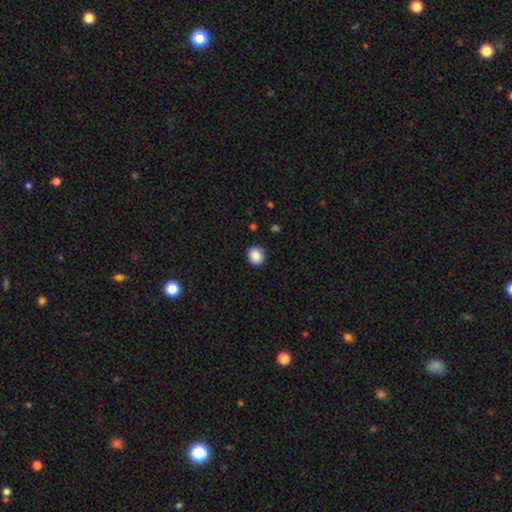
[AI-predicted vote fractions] smooth 88%, star or artifact 9%, featured or disk 3%. Down the decision tree: how rounded — round (70%); merging — none (86%).